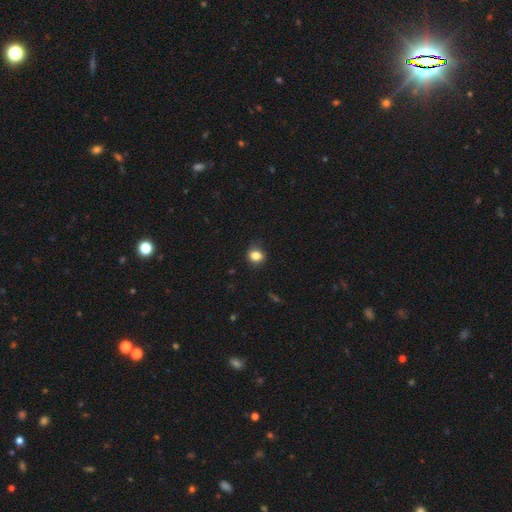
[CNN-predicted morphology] smooth 83%, star or artifact 11%, featured or disk 6%. Down the decision tree: how rounded — round (60%); merging — none (81%).